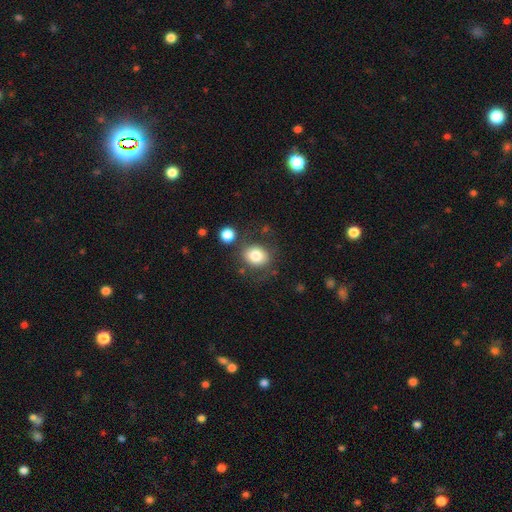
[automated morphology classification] Smooth or featured: smooth — 80% (featured or disk — 10%)
How rounded: round — 56% (in between — 43%)
Merging: none — 72% (minor disturbance — 15%)